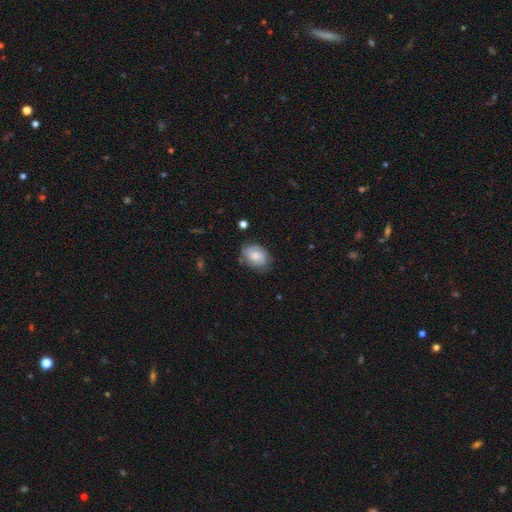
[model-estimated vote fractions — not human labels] Overall: smooth (55%; featured or disk 37%). How rounded: in between (71%). Merging: none (69%).